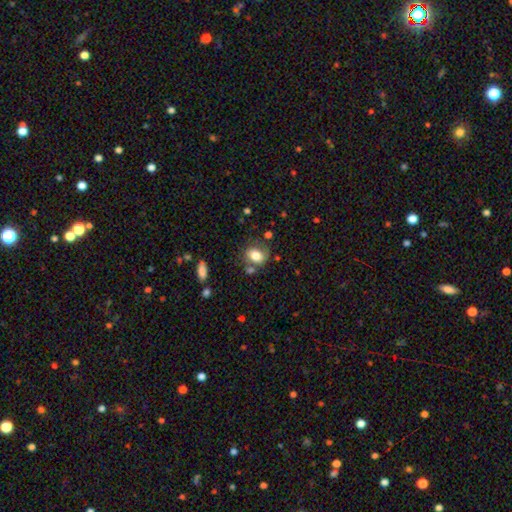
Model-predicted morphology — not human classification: This is likely a smooth galaxy (77%). How rounded: likely in between (62%). Merging: possibly none (59%).